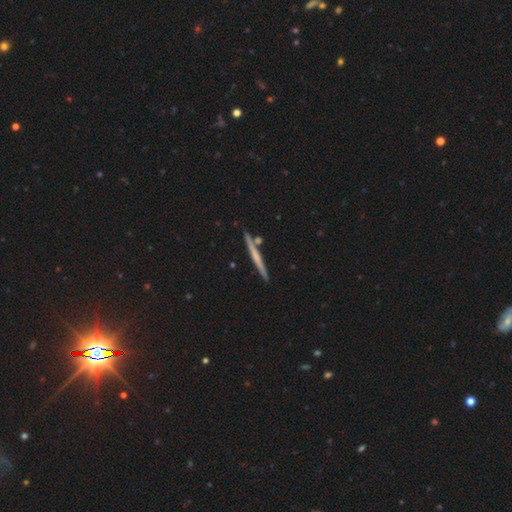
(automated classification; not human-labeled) A featured or disk galaxy (57%) viewed edge-on (97%) with no central bulge (69%). Merging: none (85%).